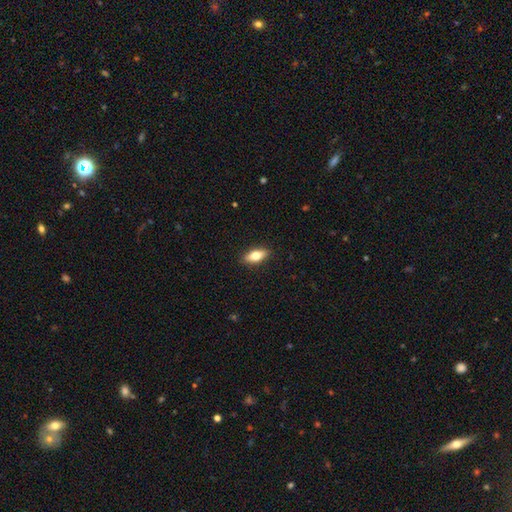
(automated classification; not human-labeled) Smooth or featured: smooth — 66% (featured or disk — 27%)
How rounded: in between — 76% (cigar-shaped — 20%)
Merging: none — 90% (minor disturbance — 8%)